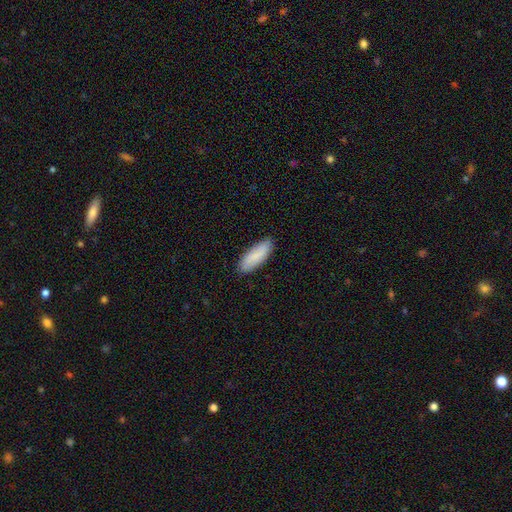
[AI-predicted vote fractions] The model was most divided on "how rounded": in between: 58%, cigar-shaped: 40%, round: 2%. More confident: merging — none (87%); smooth or featured — smooth (85%).